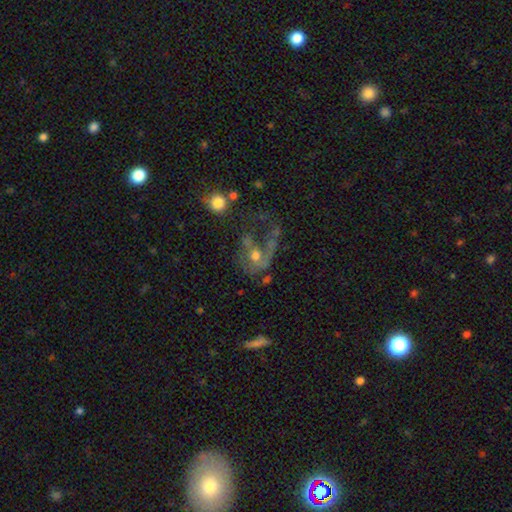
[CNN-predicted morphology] A featured or disk galaxy (58%) with no bar (77%), spiral arms (56%) and a moderate central bulge (61%).

Vote fractions:
- Smooth or featured? featured or disk: 58% / smooth: 30% / star or artifact: 11%
- Edge-on disk? no: 97% / yes: 3%
- Bar? no: 77% / weak: 19% / strong: 5%
- Spiral arms? yes: 56% / no: 44%
- Bulge size? moderate: 61% / small: 24% / large: 9% / none: 5% / dominant: 2%
- Merging? major disturbance: 52% / none: 22% / minor disturbance: 14% / merger: 13%